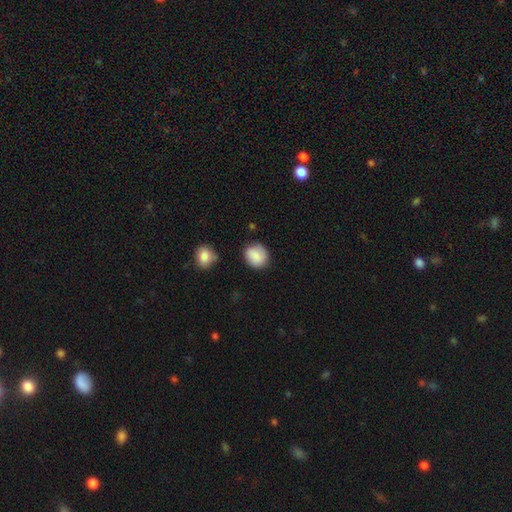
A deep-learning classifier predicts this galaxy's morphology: Smooth or featured? Predicted: smooth (p=0.86). How rounded? Predicted: round (p=0.77). Merging? Predicted: none (p=0.77).